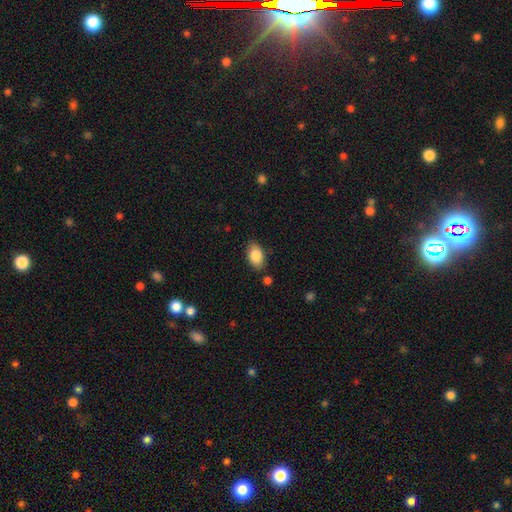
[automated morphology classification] The model was most divided on "merging": none: 82%, minor disturbance: 12%, merger: 3%, major disturbance: 3%. More confident: how rounded — in between (91%); smooth or featured — smooth (85%).